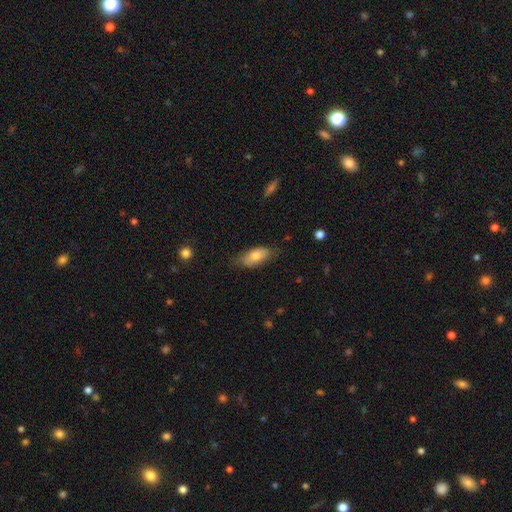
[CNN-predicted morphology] type=smooth (76%); roundness=in between (86%); merging=none (70%).